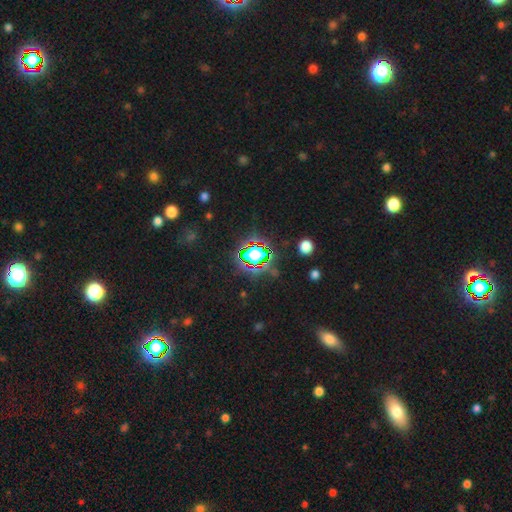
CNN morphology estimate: A star or artifact, not a galaxy (70%).